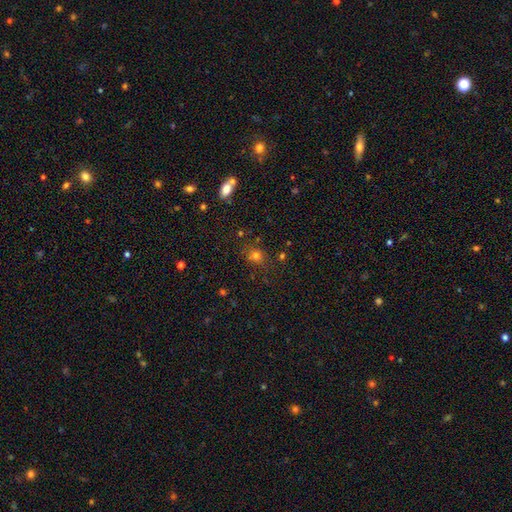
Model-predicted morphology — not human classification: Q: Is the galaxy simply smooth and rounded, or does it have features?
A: smooth — 71%.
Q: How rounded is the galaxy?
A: round — 67%.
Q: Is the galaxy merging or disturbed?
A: none — 75%.